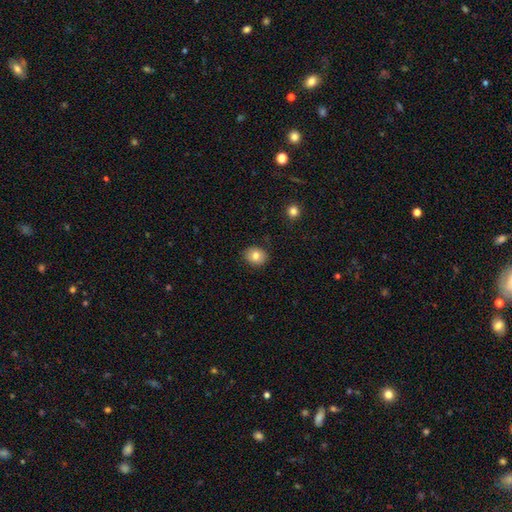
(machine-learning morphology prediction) Smooth or featured? smooth (79%)
How rounded? round (64%)
Merging? none (88%)